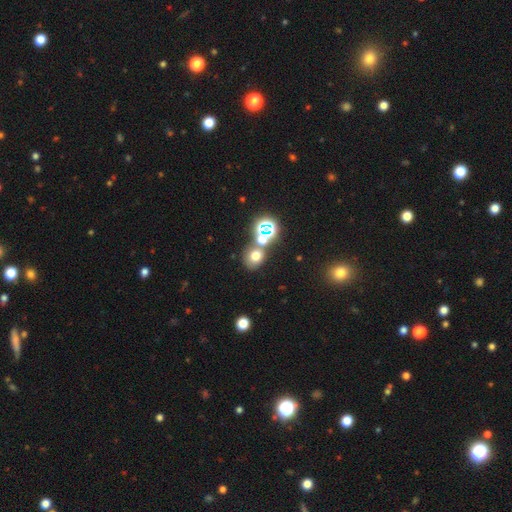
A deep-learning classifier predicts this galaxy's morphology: Smooth or featured? smooth (61%)
How rounded? round (73%)
Merging? none (57%)